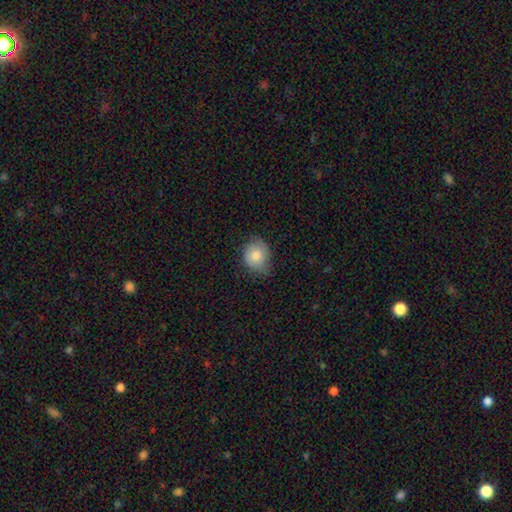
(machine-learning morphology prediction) This appears to be a smooth galaxy with no disk features (84%) that is round (57%). Merging: none (65%).